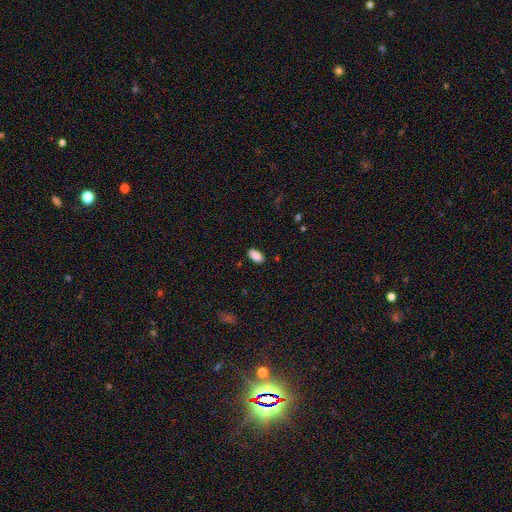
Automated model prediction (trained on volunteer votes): A smooth galaxy with no disk features (89%) that is in between round and cigar-shaped (94%).

Vote fractions:
- Smooth or featured? smooth: 89% / star or artifact: 8% / featured or disk: 3%
- How rounded? in between: 94% / cigar-shaped: 3% / round: 3%
- Merging? none: 87% / minor disturbance: 10% / major disturbance: 2% / merger: 1%